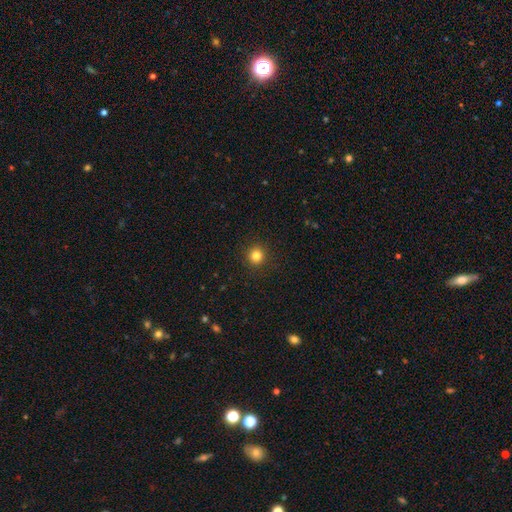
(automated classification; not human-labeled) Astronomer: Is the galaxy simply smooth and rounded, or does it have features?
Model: smooth — 83%.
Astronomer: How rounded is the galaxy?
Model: round — 95%.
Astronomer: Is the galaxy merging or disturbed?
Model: none — 93%.